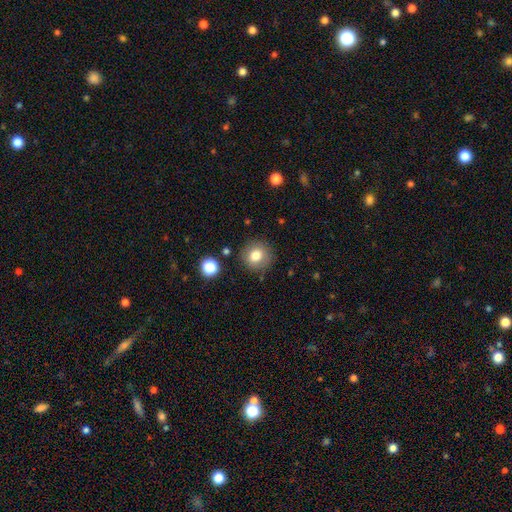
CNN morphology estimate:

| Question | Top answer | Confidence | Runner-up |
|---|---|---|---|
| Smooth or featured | smooth | 79% | star or artifact (11%) |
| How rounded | round | 91% | in between (8%) |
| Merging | none | 86% | minor disturbance (9%) |